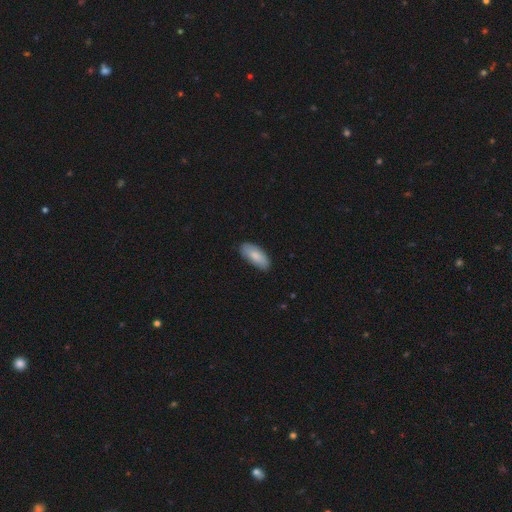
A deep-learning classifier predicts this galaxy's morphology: Overall: smooth (84%). How rounded: in between (86%). Merging: none (84%).